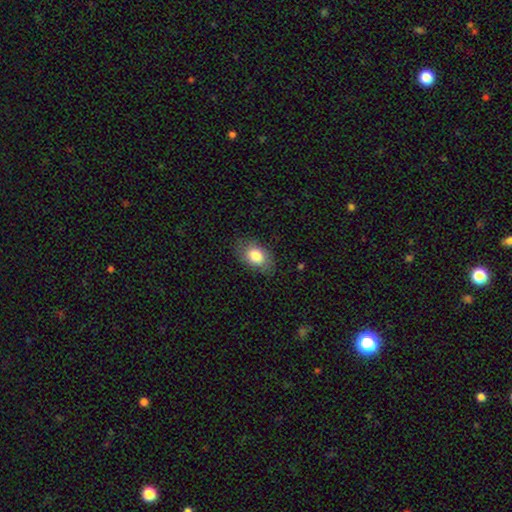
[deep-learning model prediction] Smooth or featured? Predicted: smooth (p=0.81). How rounded? Predicted: in between (p=0.85). Merging? Predicted: none (p=0.79).